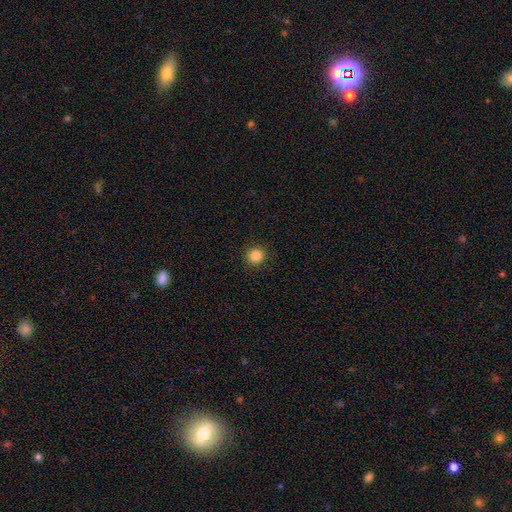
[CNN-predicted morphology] Smooth or featured? smooth (85%)
How rounded? round (94%)
Merging? none (92%)